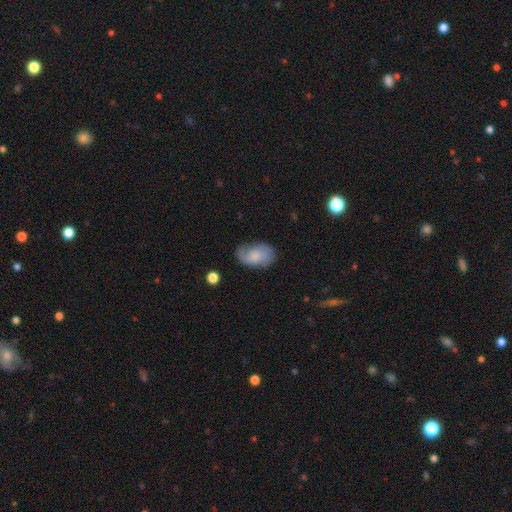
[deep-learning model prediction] Smooth or featured? featured or disk (50%)
Edge-on disk? no (97%)
Merging? none (72%)